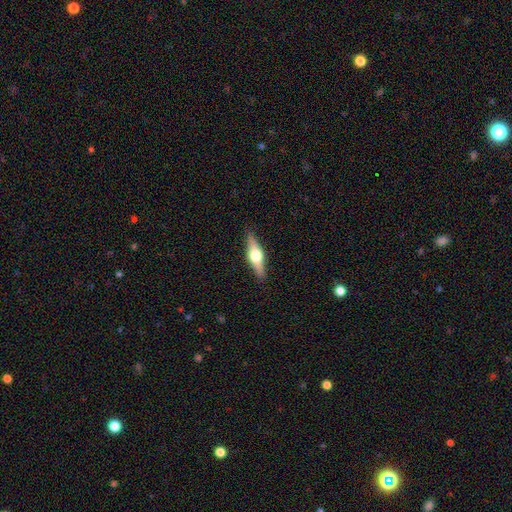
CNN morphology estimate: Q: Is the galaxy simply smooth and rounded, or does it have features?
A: featured or disk — 64%.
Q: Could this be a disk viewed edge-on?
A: yes — 96%.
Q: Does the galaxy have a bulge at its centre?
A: rounded — 95%.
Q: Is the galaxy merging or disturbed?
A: none — 89%.